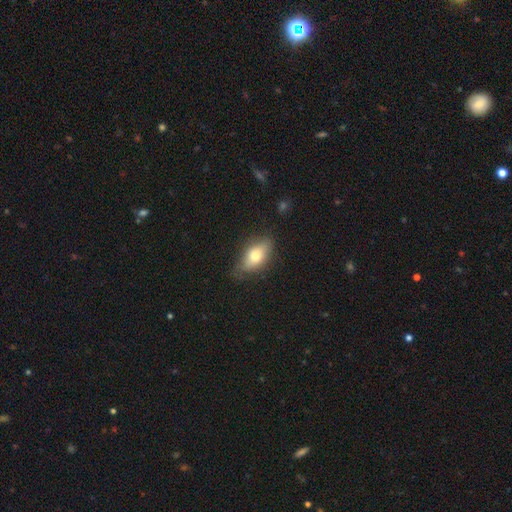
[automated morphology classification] The model was most divided on "smooth or featured": smooth: 69%, featured or disk: 24%, star or artifact: 7%. More confident: how rounded — in between (85%); merging — none (70%).